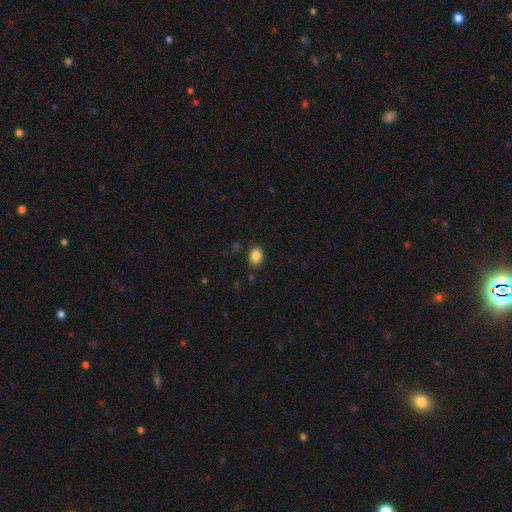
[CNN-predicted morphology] A smooth galaxy with no disk features (86%) that is in between round and cigar-shaped (65%).

Vote fractions:
- Smooth or featured? smooth: 86% / star or artifact: 9% / featured or disk: 5%
- How rounded? in between: 65% / round: 34% / cigar-shaped: 1%
- Merging? none: 84% / minor disturbance: 11% / major disturbance: 3% / merger: 2%